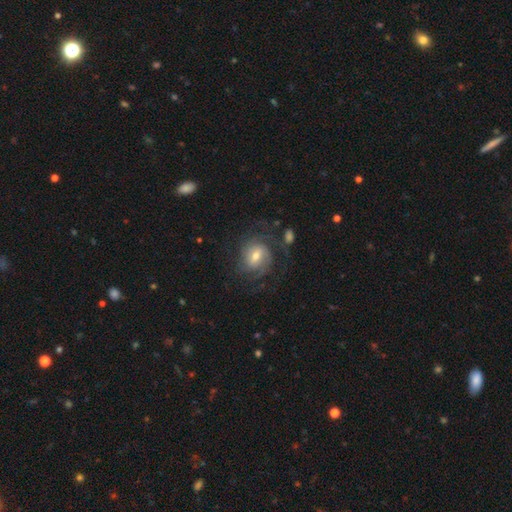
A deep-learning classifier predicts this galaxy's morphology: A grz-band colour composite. It shows a featured or disk galaxy (74%) with a weak bar (51%), tight (49%) spiral arms (91%) and a moderate central bulge (58%). Merging: none (63%).